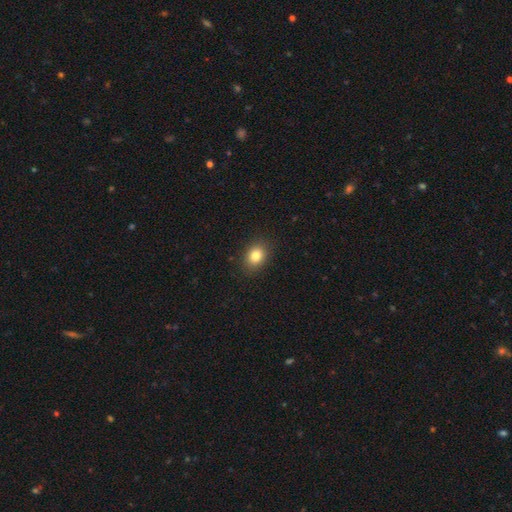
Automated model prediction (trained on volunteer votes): Smooth or featured?
  - smooth: 83% *
  - star or artifact: 10%
  - featured or disk: 7%
How rounded?
  - in between: 57% *
  - round: 42%
  - cigar-shaped: 1%
Merging?
  - none: 88% *
  - minor disturbance: 8%
  - major disturbance: 2%
  - merger: 1%